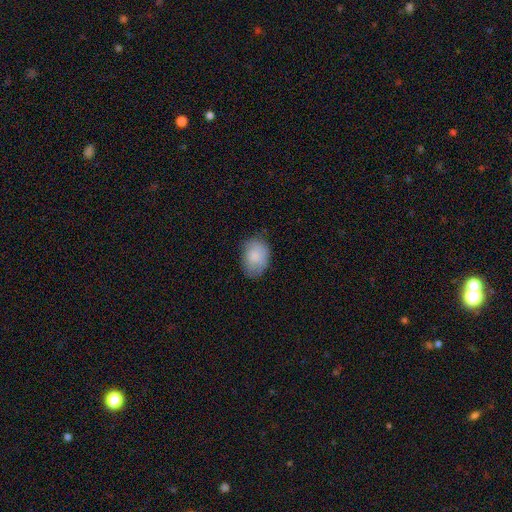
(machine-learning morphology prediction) Smooth or featured?
  - smooth: 81% *
  - featured or disk: 12%
  - star or artifact: 7%
How rounded?
  - in between: 73% *
  - round: 26%
  - cigar-shaped: 1%
Merging?
  - none: 71% *
  - minor disturbance: 23%
  - major disturbance: 6%
  - merger: 1%